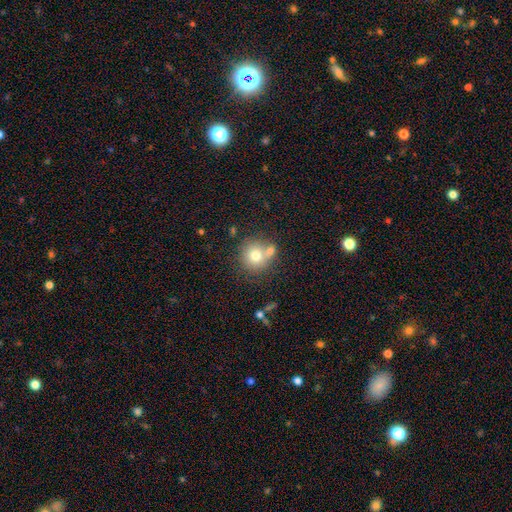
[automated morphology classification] smooth_or_featured: smooth (p=0.73) [alt: featured or disk p=0.16]
how_rounded: round (p=0.87) [alt: in between p=0.12]
merging: none (p=0.52) [alt: merger p=0.31]